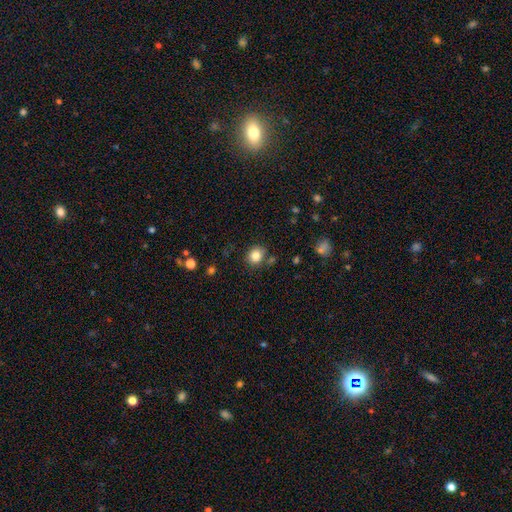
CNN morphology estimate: A smooth galaxy with no disk features (83%) that is round (75%).

Vote fractions:
- Smooth or featured? smooth: 83% / star or artifact: 11% / featured or disk: 6%
- How rounded? round: 75% / in between: 24% / cigar-shaped: 1%
- Merging? none: 79% / minor disturbance: 11% / merger: 6% / major disturbance: 3%